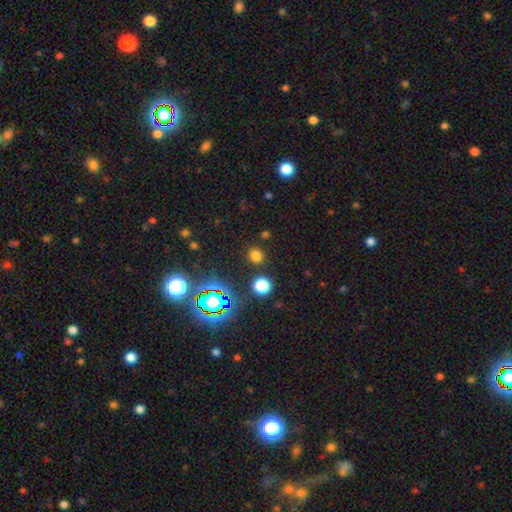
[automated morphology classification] This is likely a smooth galaxy (69%). How rounded: clearly round (89%). Merging: clearly none (87%).